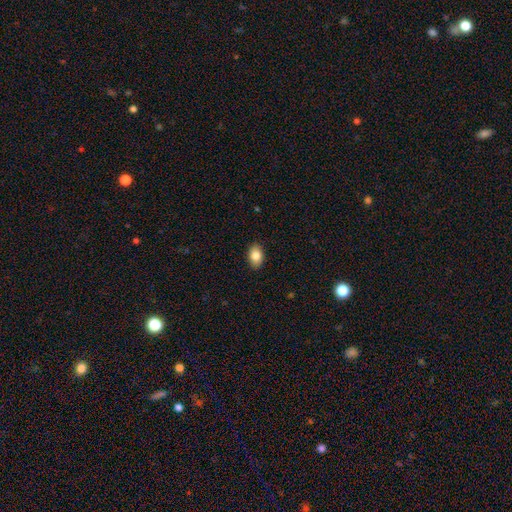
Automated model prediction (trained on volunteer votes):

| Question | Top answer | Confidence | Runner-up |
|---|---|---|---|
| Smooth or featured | smooth | 84% | featured or disk (8%) |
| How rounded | in between | 89% | round (9%) |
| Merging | none | 89% | minor disturbance (8%) |